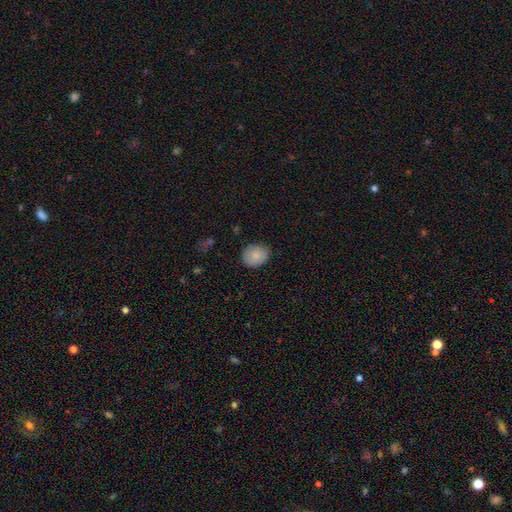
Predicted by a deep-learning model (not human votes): smooth-or-featured: smooth: 84% | featured or disk: 9% | star or artifact: 7%
  how-rounded: round: 66% | in between: 33% | cigar-shaped: 1%
  merging: none: 83% | minor disturbance: 13% | major disturbance: 2% | merger: 1%